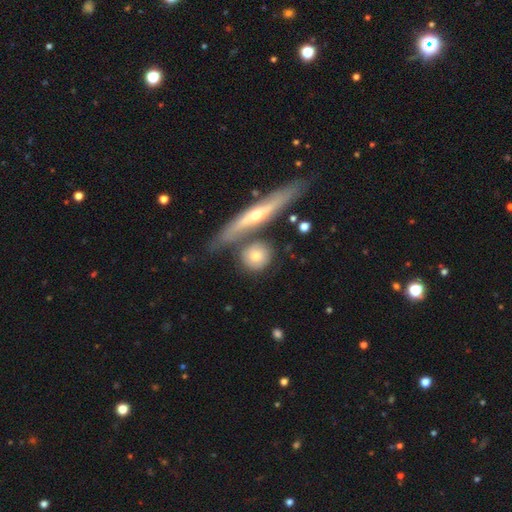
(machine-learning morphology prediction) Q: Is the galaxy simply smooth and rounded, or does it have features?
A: smooth — 62%.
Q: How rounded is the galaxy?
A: round — 79%.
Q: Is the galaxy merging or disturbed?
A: none — 63%.